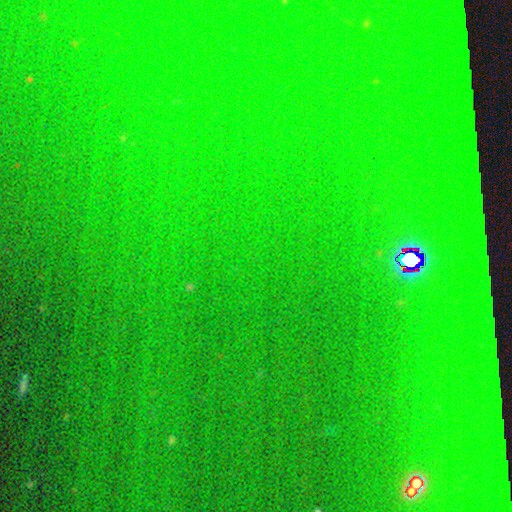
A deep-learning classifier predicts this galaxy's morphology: A star or artifact, not a galaxy (80%).